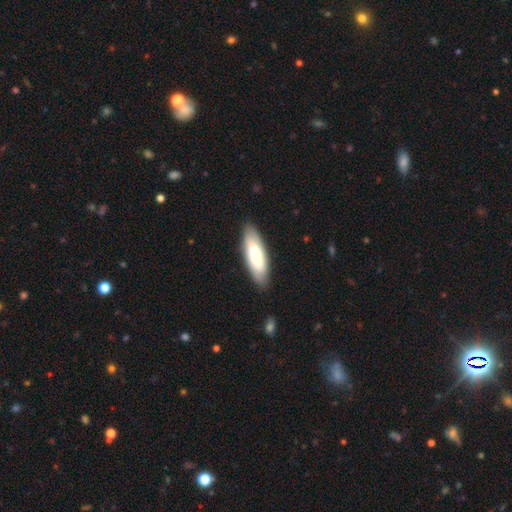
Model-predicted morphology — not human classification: Smooth or featured: smooth — 68% (featured or disk — 26%)
How rounded: in between — 55% (cigar-shaped — 43%)
Merging: none — 85% (minor disturbance — 11%)